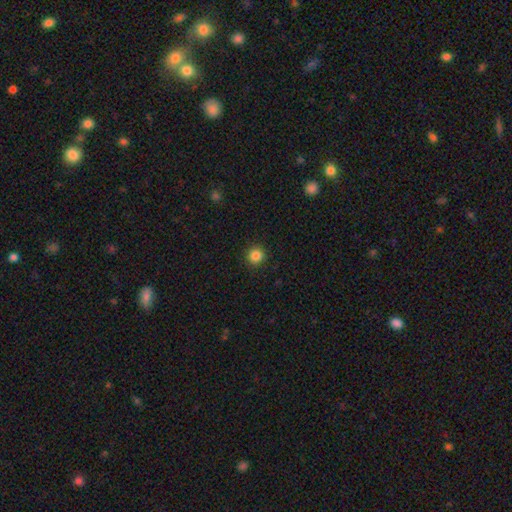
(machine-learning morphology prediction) This is clearly a smooth galaxy (85%). How rounded: clearly round (95%). Merging: clearly none (92%).